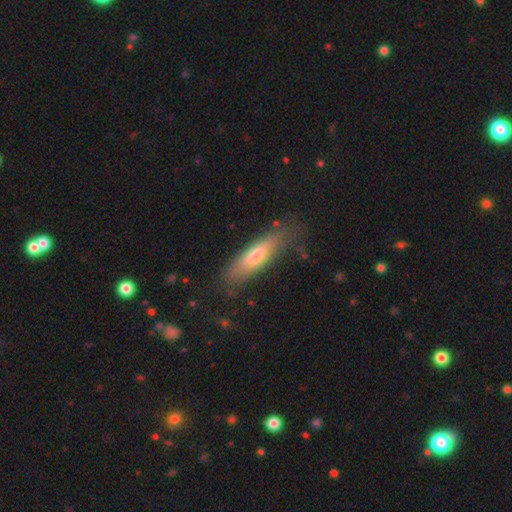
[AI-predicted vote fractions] Overall: smooth (62%; featured or disk 31%). How rounded: cigar-shaped (70%). Merging: none (75%).